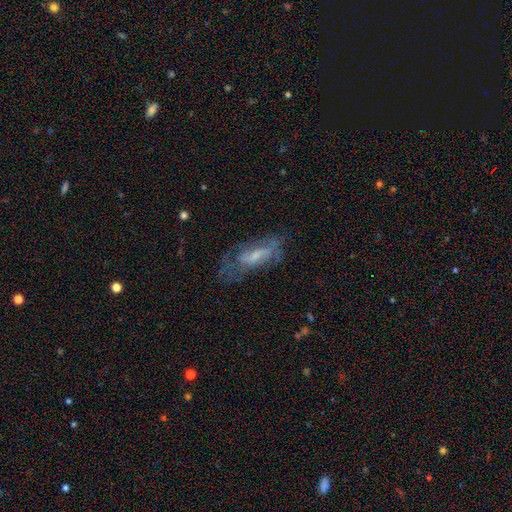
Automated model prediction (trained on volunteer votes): Q: Smooth or featured?
A: featured or disk (63%); runner-up: smooth (27%)
Q: Edge-on disk?
A: no (85%); runner-up: yes (15%)
Q: Bar?
A: weak (43%); runner-up: no (40%)
Q: Spiral arms?
A: yes (67%); runner-up: no (33%)
Q: Bulge size?
A: small (49%); runner-up: moderate (35%)
Q: Merging?
A: none (55%); runner-up: minor disturbance (23%)